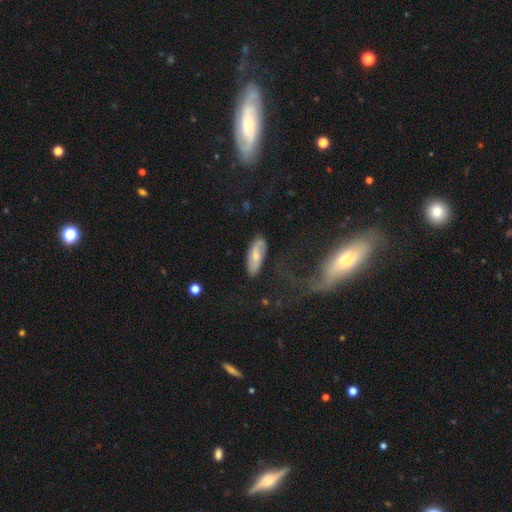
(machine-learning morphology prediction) Smooth or featured: smooth — 51% (featured or disk — 42%)
How rounded: in between — 74% (cigar-shaped — 23%)
Merging: none — 77% (minor disturbance — 15%)